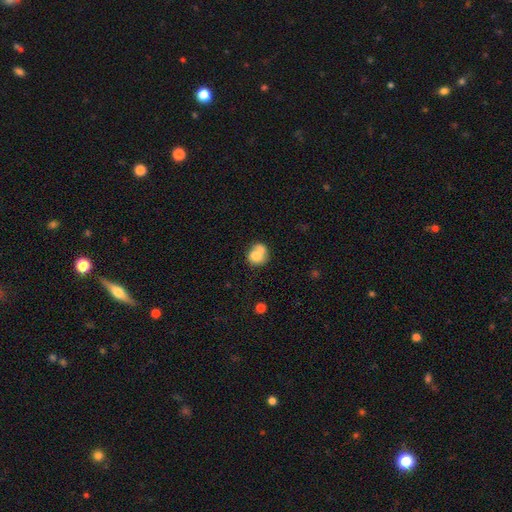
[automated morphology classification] A smooth galaxy with no disk features (71%) that is round (68%).

Vote fractions:
- Smooth or featured? smooth: 71% / featured or disk: 20% / star or artifact: 9%
- How rounded? round: 68% / in between: 31% / cigar-shaped: 1%
- Merging? merger: 56% / none: 28% / minor disturbance: 11% / major disturbance: 5%